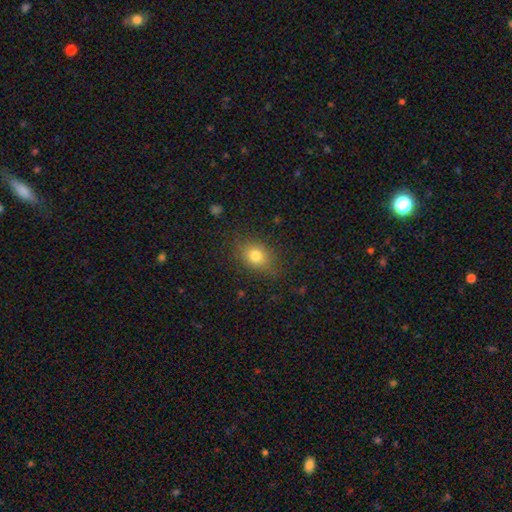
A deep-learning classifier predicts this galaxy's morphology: Smooth or featured? Predicted: smooth (p=0.78). How rounded? Predicted: in between (p=0.63). Merging? Predicted: none (p=0.80).